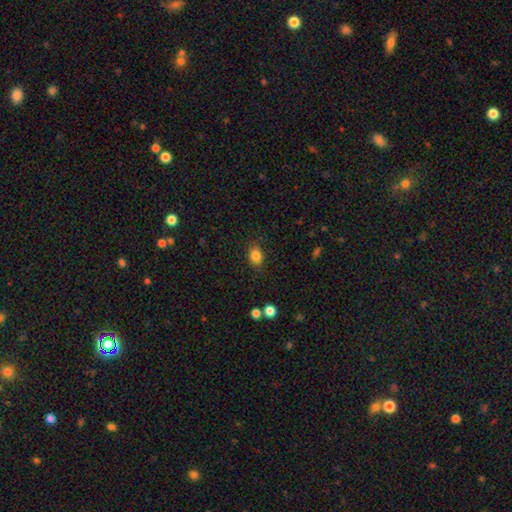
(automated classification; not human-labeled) Overall: smooth (84%). How rounded: in between (63%; round 35%). Merging: none (82%).